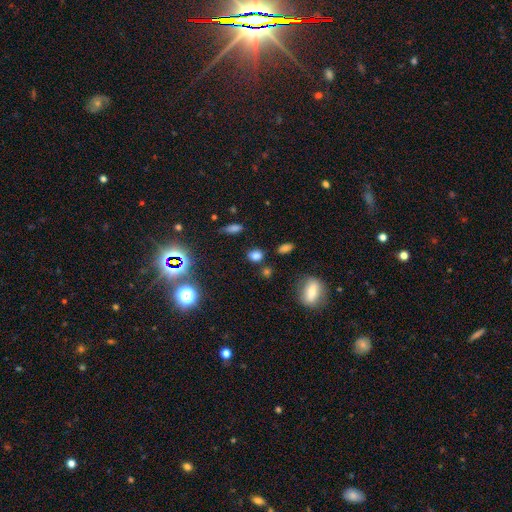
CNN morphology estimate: A smooth galaxy with no disk features (75%) that is in between round and cigar-shaped (59%).

Vote fractions:
- Smooth or featured? smooth: 75% / star or artifact: 19% / featured or disk: 7%
- How rounded? in between: 59% / round: 38% / cigar-shaped: 3%
- Merging? none: 79% / minor disturbance: 12% / merger: 6% / major disturbance: 4%